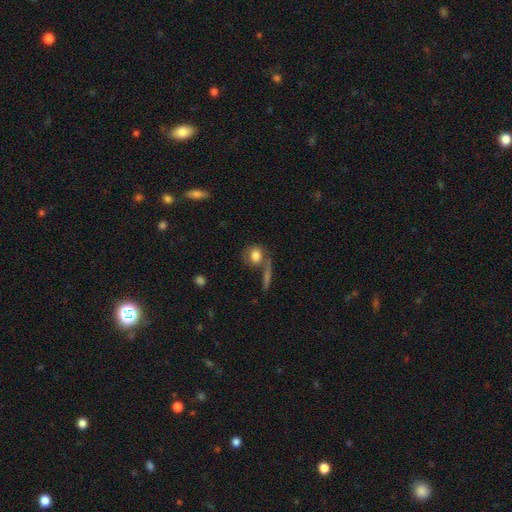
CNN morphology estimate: smooth 77%, featured or disk 15%, star or artifact 9%. Down the decision tree: how rounded — round (63%); merging — none (54%).